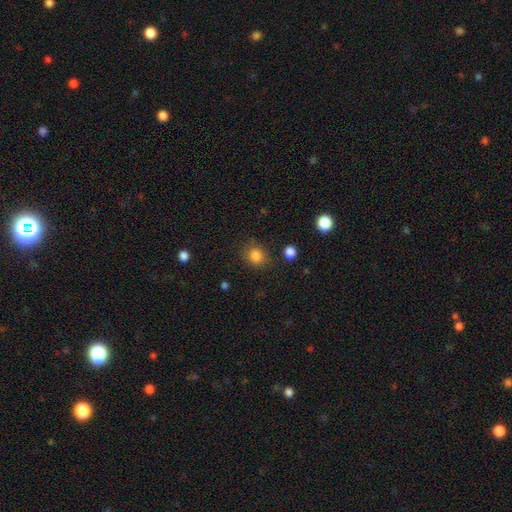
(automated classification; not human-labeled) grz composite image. It shows a smooth galaxy with no disk features (85%) that is round (77%). Merging: none (81%).